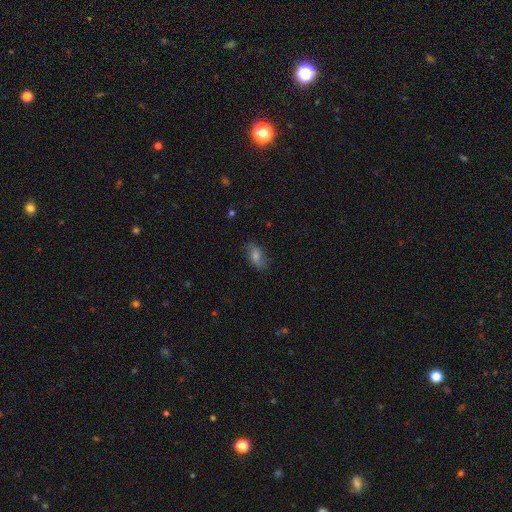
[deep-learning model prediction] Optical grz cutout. It shows a smooth galaxy with no disk features (61%) that is in between round and cigar-shaped (84%). Merging: none (78%).